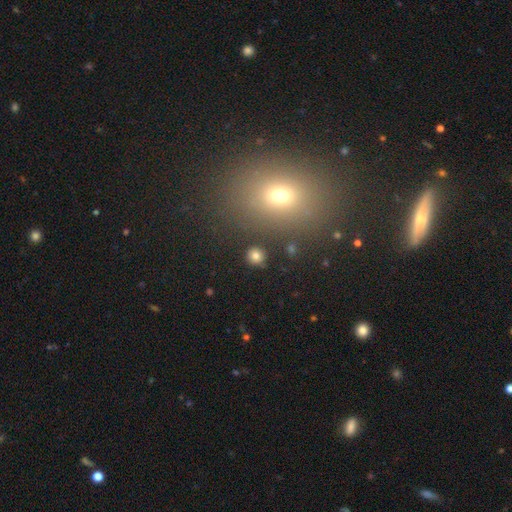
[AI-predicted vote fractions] Smooth or featured? smooth (80%)
How rounded? round (90%)
Merging? none (88%)